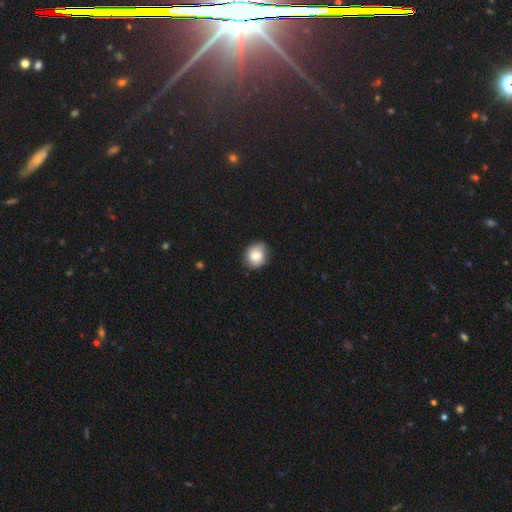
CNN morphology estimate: smooth-or-featured: smooth: 80% | featured or disk: 11% | star or artifact: 9%
  how-rounded: round: 72% | in between: 27% | cigar-shaped: 1%
  merging: none: 78% | minor disturbance: 18% | major disturbance: 3% | merger: 1%